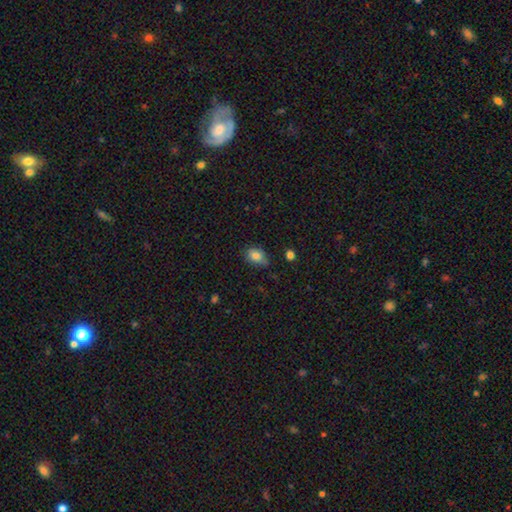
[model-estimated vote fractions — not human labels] Smooth or featured: smooth — 83% (star or artifact — 10%)
How rounded: in between — 74% (round — 24%)
Merging: none — 63% (minor disturbance — 30%)